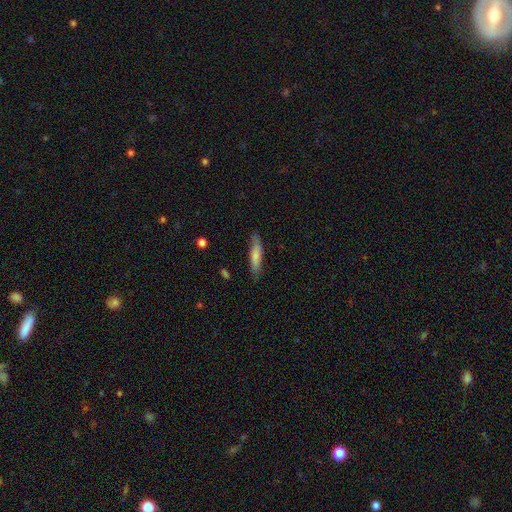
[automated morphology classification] type=smooth (73%); roundness=cigar-shaped (79%); merging=none (81%).